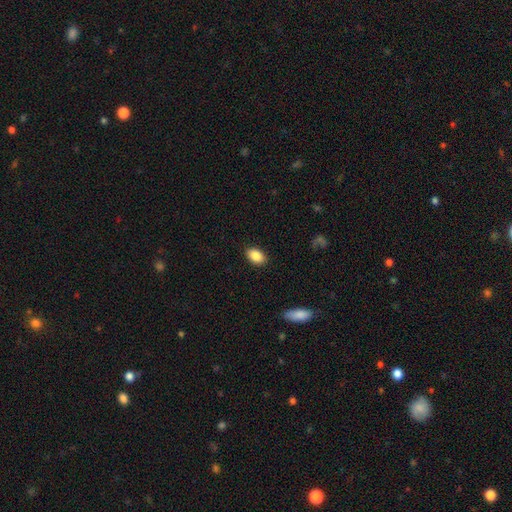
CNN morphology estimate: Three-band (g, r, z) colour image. It shows a smooth galaxy with no disk features (87%) that is in between round and cigar-shaped (88%). Merging: none (89%).